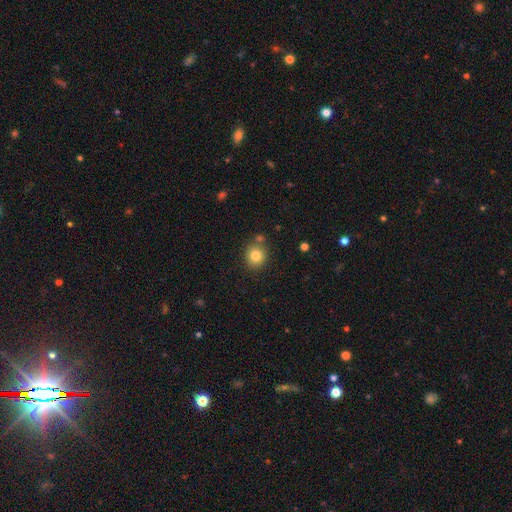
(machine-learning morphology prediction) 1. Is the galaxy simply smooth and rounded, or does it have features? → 82% smooth, 11% star or artifact, 7% featured or disk.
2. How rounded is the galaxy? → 86% round, 13% in between, 1% cigar-shaped.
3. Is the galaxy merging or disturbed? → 78% none, 10% minor disturbance, 10% merger, 3% major disturbance.